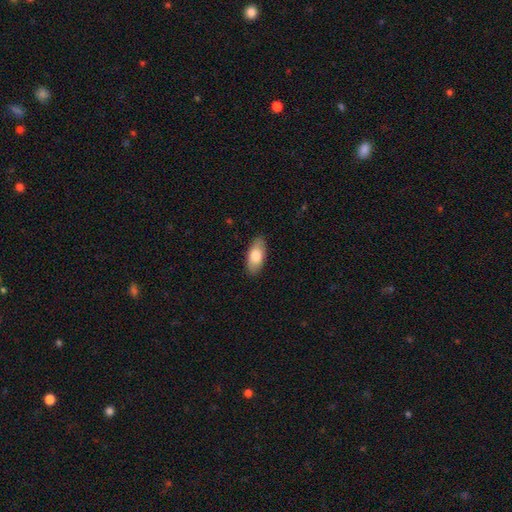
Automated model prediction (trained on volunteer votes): A smooth galaxy with no disk features (78%) that is in between round and cigar-shaped (89%).

Vote fractions:
- Smooth or featured? smooth: 78% / featured or disk: 17% / star or artifact: 6%
- How rounded? in between: 89% / cigar-shaped: 9% / round: 3%
- Merging? none: 88% / minor disturbance: 9% / major disturbance: 2% / merger: 1%